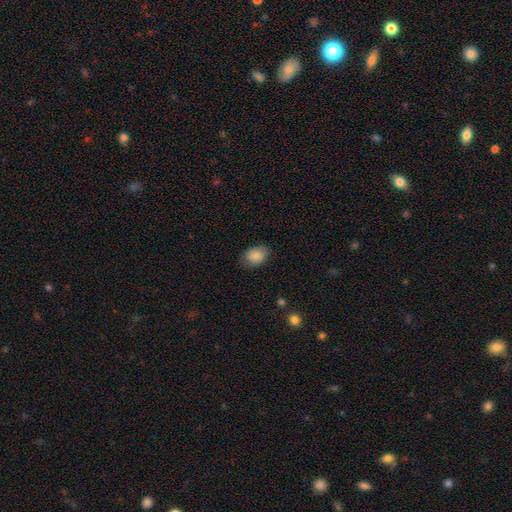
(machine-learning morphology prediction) A smooth galaxy with no disk features (87%) that is in between round and cigar-shaped (76%). Merging: none (79%).